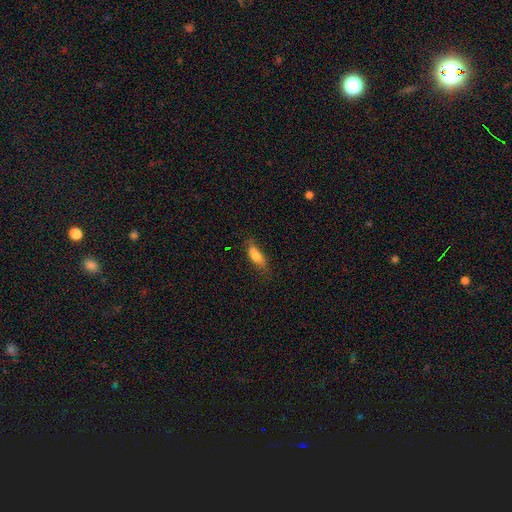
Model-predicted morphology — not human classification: A smooth galaxy with no disk features (76%) that is in between round and cigar-shaped (61%).

Vote fractions:
- Smooth or featured? smooth: 76% / featured or disk: 17% / star or artifact: 7%
- How rounded? in between: 61% / cigar-shaped: 37% / round: 2%
- Merging? none: 66% / minor disturbance: 25% / major disturbance: 8% / merger: 2%